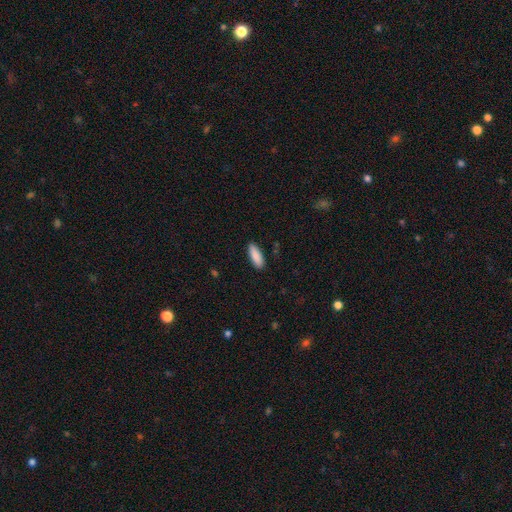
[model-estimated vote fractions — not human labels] This appears to be a smooth galaxy with no disk features (90%) that is in between round and cigar-shaped (64%). Merging: none (89%).